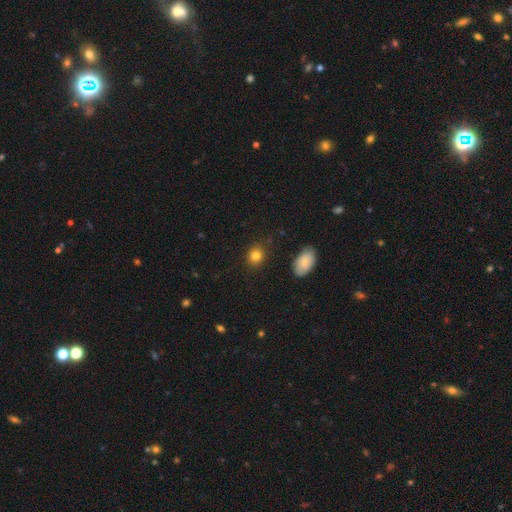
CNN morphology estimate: smooth 84%, star or artifact 11%, featured or disk 5%. Down the decision tree: how rounded — round (66%); merging — none (87%).